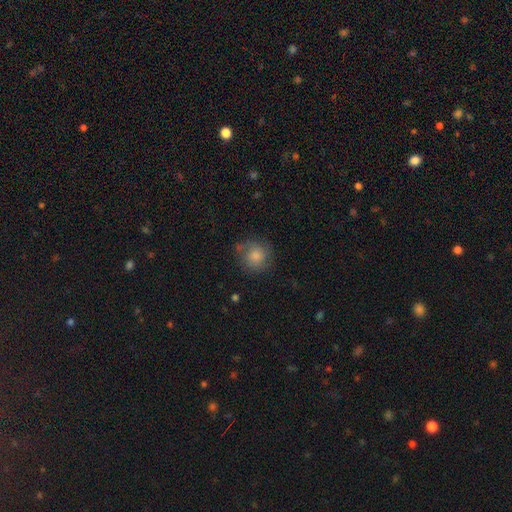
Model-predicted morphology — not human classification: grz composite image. It shows a smooth galaxy with no disk features (77%) that is round (89%). Merging: none (68%).